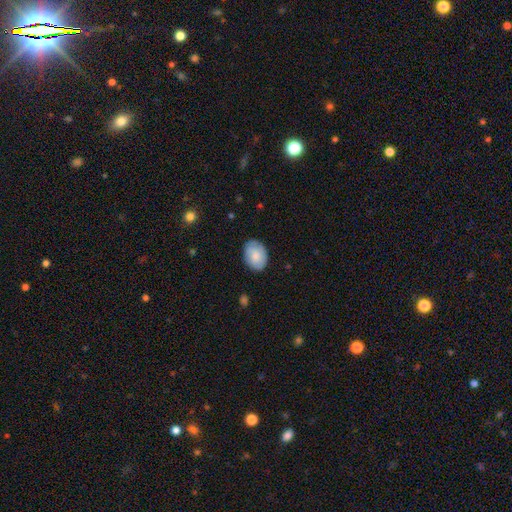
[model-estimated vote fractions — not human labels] Smooth or featured: smooth — 72% (featured or disk — 22%)
How rounded: in between — 77% (round — 22%)
Merging: none — 79% (minor disturbance — 17%)